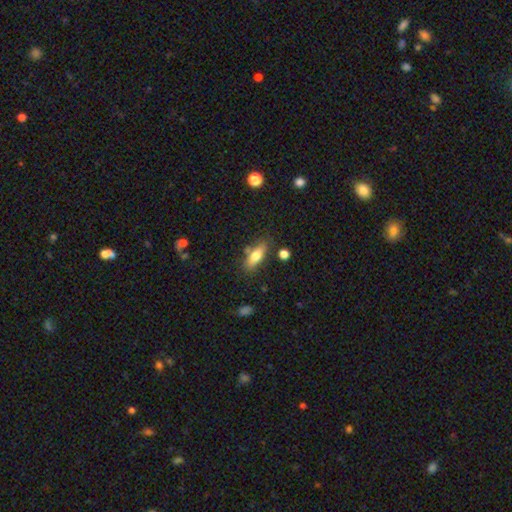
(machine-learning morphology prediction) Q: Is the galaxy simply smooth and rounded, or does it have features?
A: smooth — 72%.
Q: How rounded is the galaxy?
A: in between — 65%.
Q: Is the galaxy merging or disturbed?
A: none — 74%.